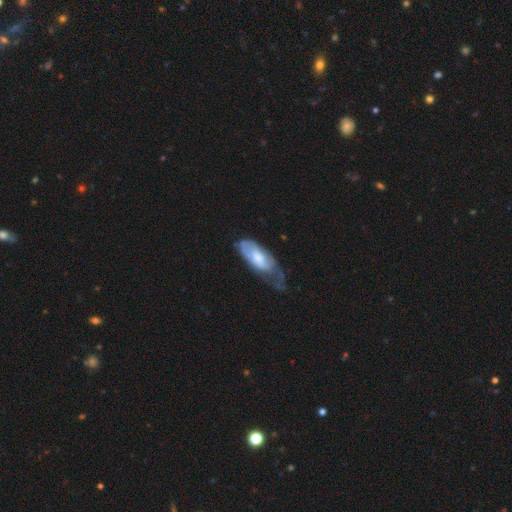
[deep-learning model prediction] Smooth or featured? Predicted: featured or disk (p=0.49). Merging? Predicted: minor disturbance (p=0.38).